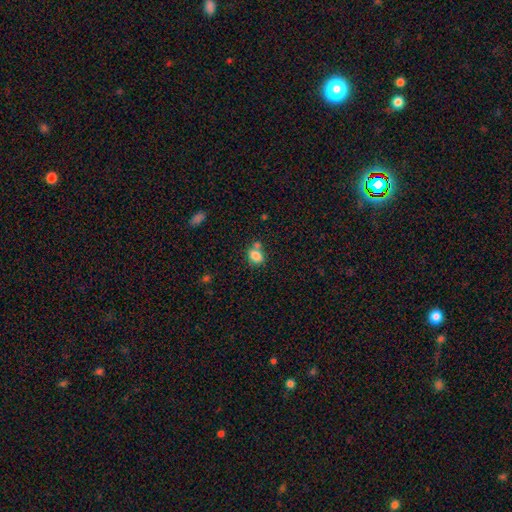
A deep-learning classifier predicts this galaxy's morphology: A smooth galaxy with no disk features (81%) that is in between round and cigar-shaped (60%).

Vote fractions:
- Smooth or featured? smooth: 81% / star or artifact: 10% / featured or disk: 8%
- How rounded? in between: 60% / round: 39% / cigar-shaped: 1%
- Merging? none: 51% / merger: 30% / minor disturbance: 14% / major disturbance: 5%